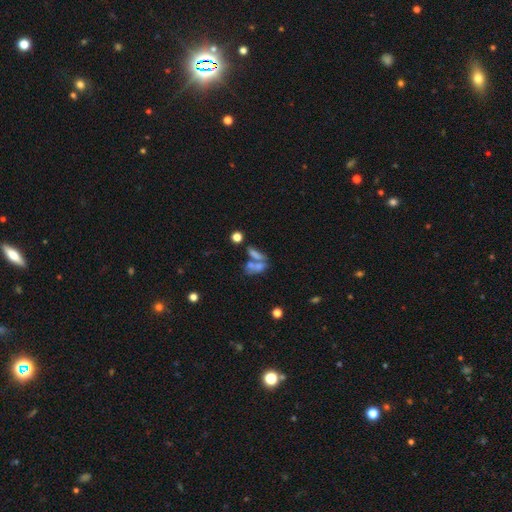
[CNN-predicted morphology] smooth-or-featured: smooth: 51% | featured or disk: 28% | star or artifact: 21%
  how-rounded: in between: 61% | round: 23% | cigar-shaped: 15%
  merging: merger: 49% | none: 32% | minor disturbance: 10% | major disturbance: 9%